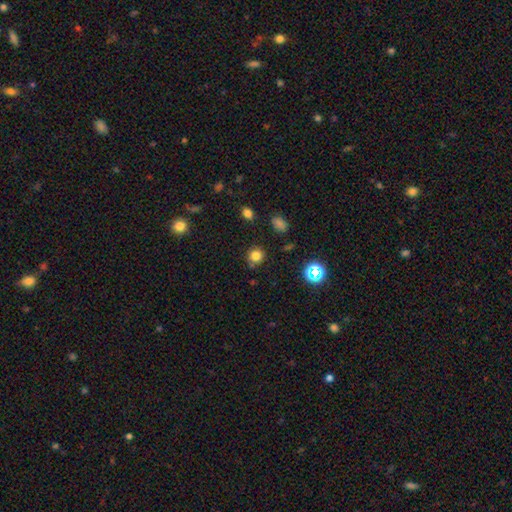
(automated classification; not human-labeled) Smooth or featured: smooth — 78% (star or artifact — 16%)
How rounded: round — 89% (in between — 10%)
Merging: none — 81% (minor disturbance — 11%)